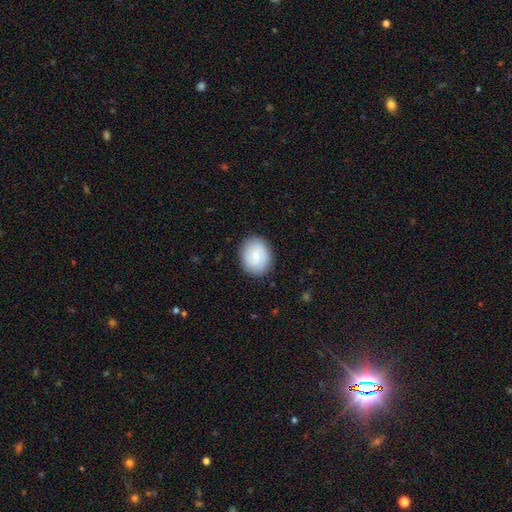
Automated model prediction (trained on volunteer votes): A smooth galaxy with no disk features (70%) that is round (54%). Merging: none (86%).